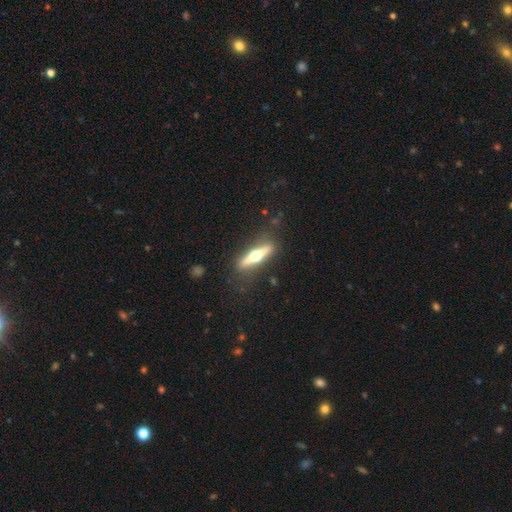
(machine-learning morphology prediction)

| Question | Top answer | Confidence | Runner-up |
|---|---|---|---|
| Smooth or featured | featured or disk | 69% | smooth (26%) |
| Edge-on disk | yes | 96% | no (4%) |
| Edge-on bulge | rounded | 96% | boxy (2%) |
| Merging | none | 86% | minor disturbance (10%) |